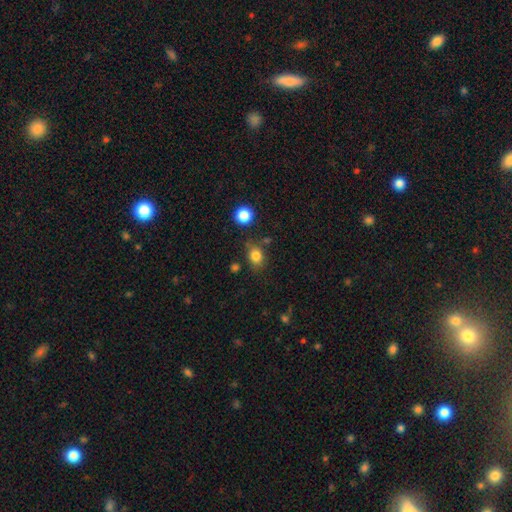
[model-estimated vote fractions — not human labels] smooth-or-featured: smooth: 82% | star or artifact: 12% | featured or disk: 6%
  how-rounded: round: 50% | in between: 49% | cigar-shaped: 1%
  merging: none: 75% | minor disturbance: 15% | merger: 6% | major disturbance: 4%